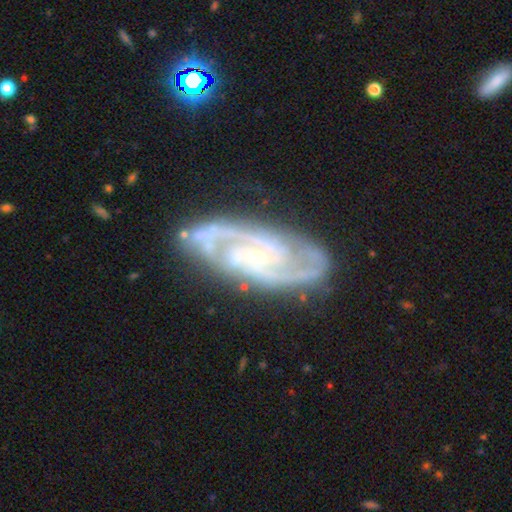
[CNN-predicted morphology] Overall: featured or disk (91%). Edge-on disk: no (96%). Bar: no (44%; weak 40%). Spiral arms: yes (98%). Spiral arm count: 2 (79%). Spiral winding: tight (48%; medium 45%). Bulge size: small (75%). Merging: none (79%).